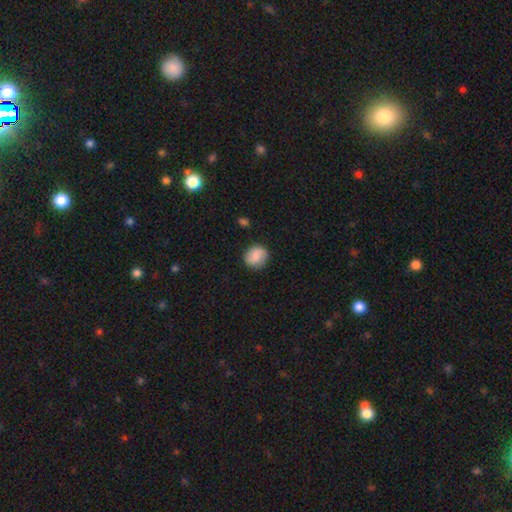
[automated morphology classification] Smooth or featured?
  - smooth: 79% *
  - featured or disk: 14%
  - star or artifact: 8%
How rounded?
  - round: 77% *
  - in between: 22%
  - cigar-shaped: 1%
Merging?
  - none: 84% *
  - minor disturbance: 12%
  - major disturbance: 3%
  - merger: 1%